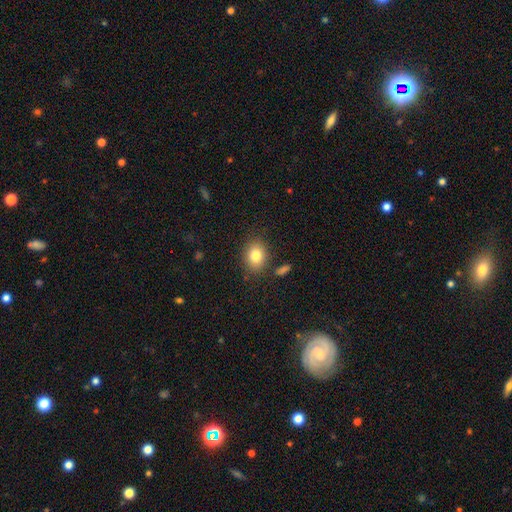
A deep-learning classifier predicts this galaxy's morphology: This is clearly a smooth galaxy (82%). How rounded: possibly in between (54%). Merging: clearly none (82%).